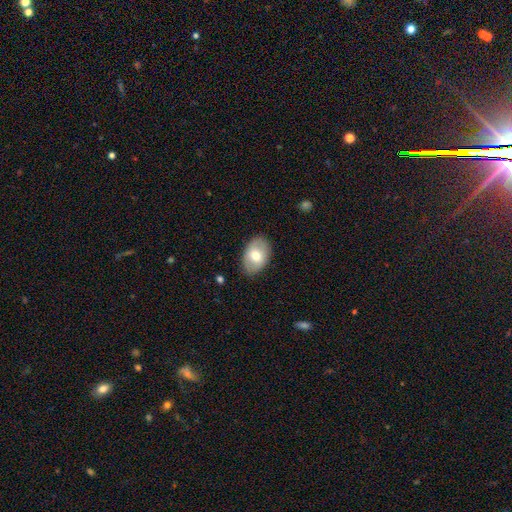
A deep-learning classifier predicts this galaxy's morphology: Smooth or featured? smooth (68%)
How rounded? in between (86%)
Merging? none (83%)